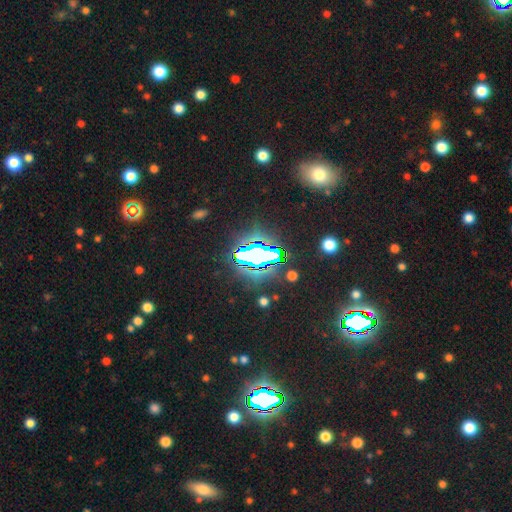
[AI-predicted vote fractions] star or artifact 70%, smooth 17%, featured or disk 12%.